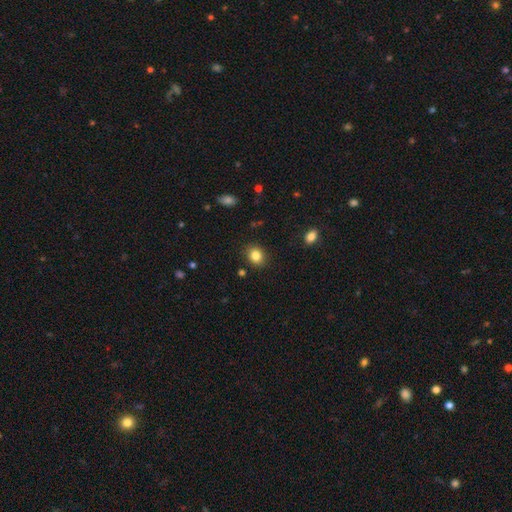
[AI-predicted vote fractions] A smooth galaxy with no disk features (84%) that is round (64%). Merging: none (88%).